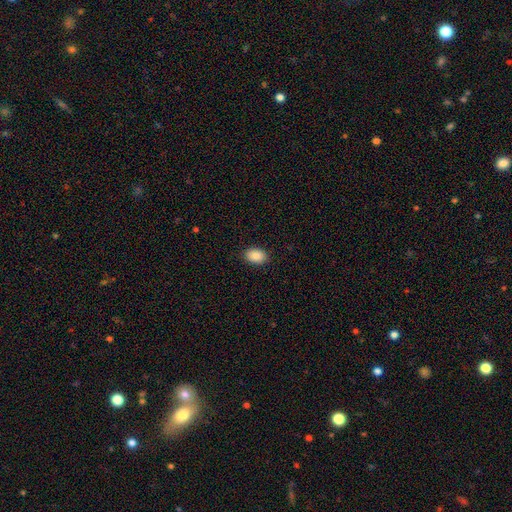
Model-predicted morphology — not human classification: smooth 90%, star or artifact 7%, featured or disk 3%. Down the decision tree: how rounded — in between (85%); merging — none (89%).